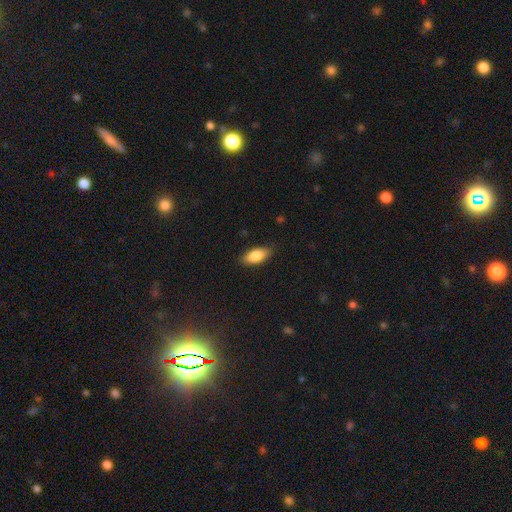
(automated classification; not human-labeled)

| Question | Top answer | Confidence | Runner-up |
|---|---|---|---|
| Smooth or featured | smooth | 84% | featured or disk (10%) |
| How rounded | in between | 86% | cigar-shaped (11%) |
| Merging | none | 85% | minor disturbance (11%) |